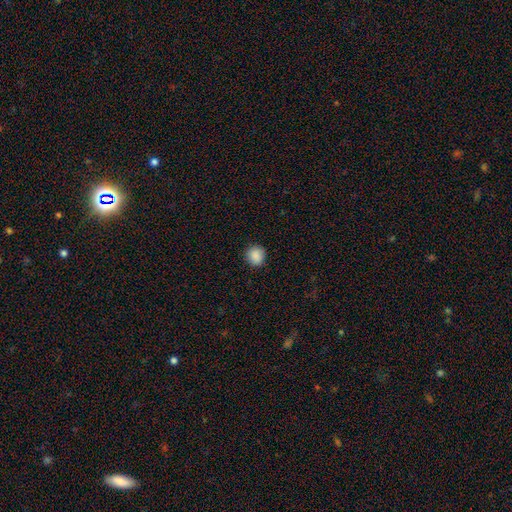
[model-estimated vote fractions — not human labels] A smooth galaxy with no disk features (88%) that is round (88%).

Vote fractions:
- Smooth or featured? smooth: 88% / star or artifact: 9% / featured or disk: 3%
- How rounded? round: 88% / in between: 11% / cigar-shaped: 1%
- Merging? none: 89% / minor disturbance: 8% / major disturbance: 2% / merger: 1%